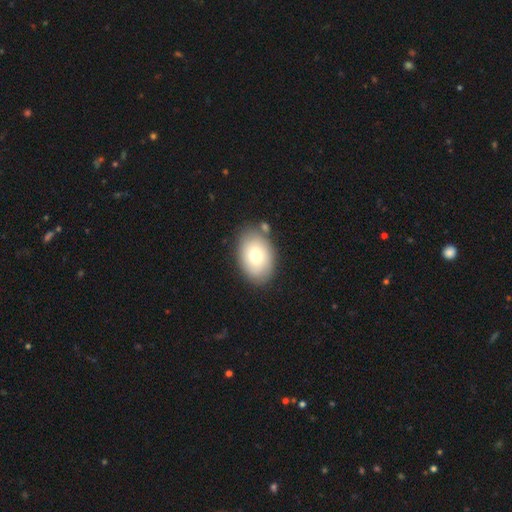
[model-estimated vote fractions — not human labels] The model was most divided on "smooth or featured": smooth: 71%, featured or disk: 22%, star or artifact: 7%. More confident: how rounded — in between (84%); merging — none (78%).